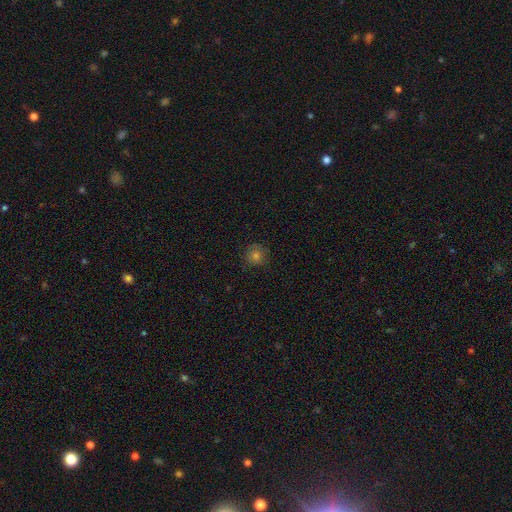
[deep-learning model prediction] A smooth galaxy with no disk features (69%) that is round (93%). Merging: none (86%).